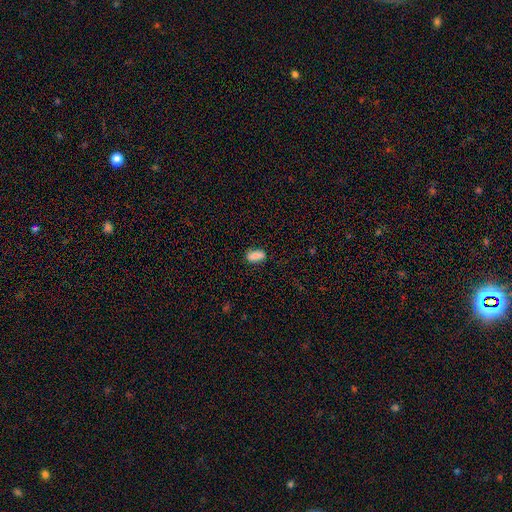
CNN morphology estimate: This appears to be a smooth galaxy with no disk features (86%) that is in between round and cigar-shaped (86%). Merging: none (81%).